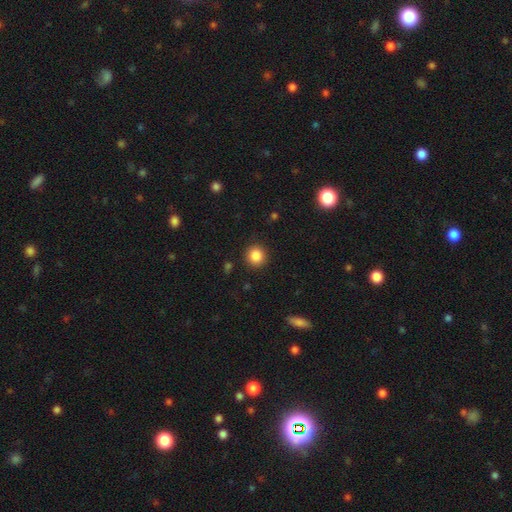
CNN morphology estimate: type=smooth (86%); roundness=round (90%); merging=none (90%).